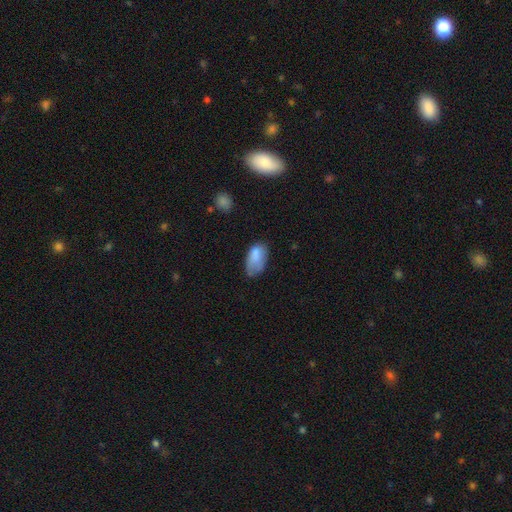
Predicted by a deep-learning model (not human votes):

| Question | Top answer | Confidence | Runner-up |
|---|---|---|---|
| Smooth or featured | smooth | 79% | featured or disk (13%) |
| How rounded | in between | 93% | round (5%) |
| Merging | none | 45% | minor disturbance (37%) |